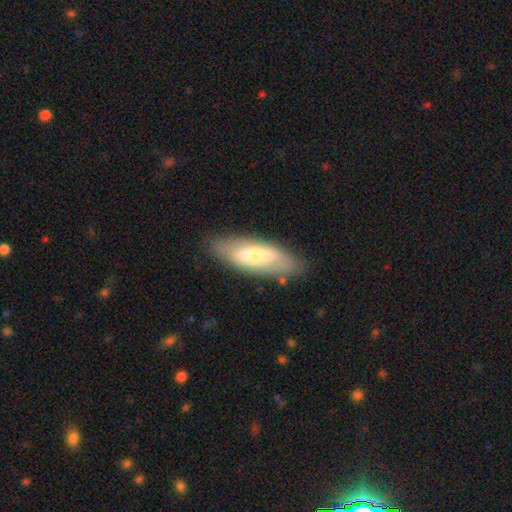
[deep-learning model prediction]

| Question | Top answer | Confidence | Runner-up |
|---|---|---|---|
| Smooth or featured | smooth | 53% | featured or disk (40%) |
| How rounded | in between | 58% | cigar-shaped (40%) |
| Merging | none | 80% | minor disturbance (14%) |